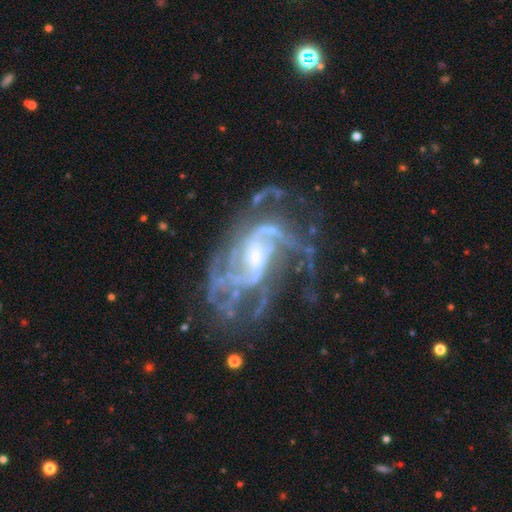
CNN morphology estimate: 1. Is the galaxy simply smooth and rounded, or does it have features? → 89% featured or disk, 7% star or artifact, 4% smooth.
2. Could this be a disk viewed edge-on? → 98% no, 2% yes.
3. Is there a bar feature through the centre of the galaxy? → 46% weak, 35% no, 19% strong.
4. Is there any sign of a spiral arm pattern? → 94% yes, 6% no.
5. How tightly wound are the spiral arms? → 49% medium, 26% loose, 25% tight.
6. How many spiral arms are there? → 28% 2, 24% can't tell, 20% 3, 12% 4, 8% more than 4, 7% 1.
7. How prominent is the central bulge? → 59% small, 27% moderate, 8% none, 4% large, 1% dominant.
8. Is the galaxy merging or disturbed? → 45% none, 33% major disturbance, 18% minor disturbance, 5% merger.